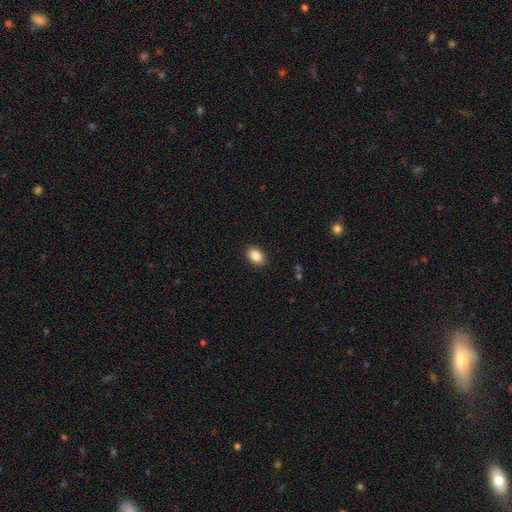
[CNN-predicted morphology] A smooth galaxy with no disk features (87%) that is in between round and cigar-shaped (84%). Merging: none (90%).